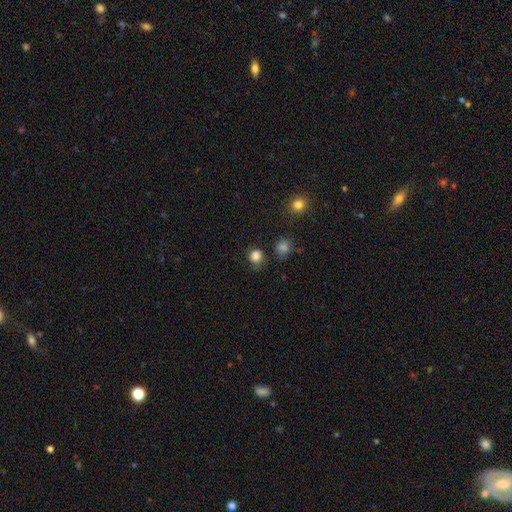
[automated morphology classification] smooth_or_featured: smooth (p=0.83) [alt: star or artifact p=0.13]
how_rounded: round (p=0.84) [alt: in between p=0.15]
merging: none (p=0.71) [alt: minor disturbance p=0.18]